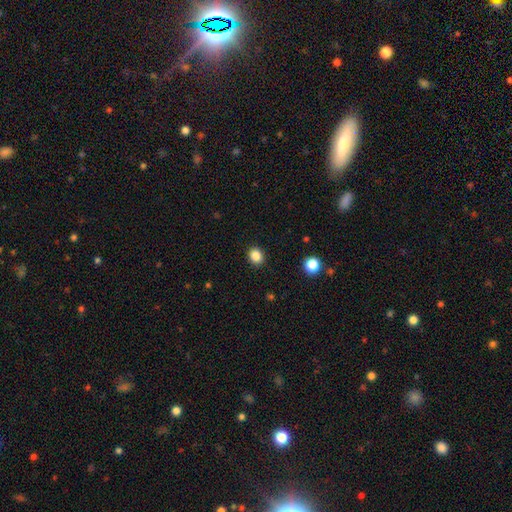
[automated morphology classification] smooth 86%, star or artifact 11%, featured or disk 3%. Down the decision tree: how rounded — round (69%); merging — none (91%).